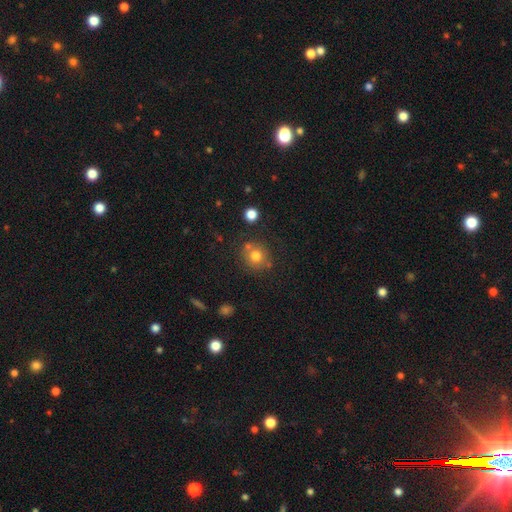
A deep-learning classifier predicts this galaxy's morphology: A smooth galaxy with no disk features (76%) that is round (86%).

Vote fractions:
- Smooth or featured? smooth: 76% / star or artifact: 12% / featured or disk: 12%
- How rounded? round: 86% / in between: 13% / cigar-shaped: 1%
- Merging? none: 71% / merger: 13% / minor disturbance: 12% / major disturbance: 4%